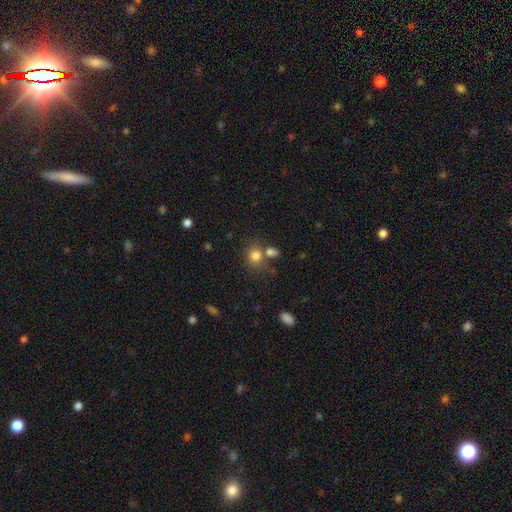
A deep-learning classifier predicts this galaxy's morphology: This appears to be a smooth galaxy with no disk features (80%) that is round (71%). Merging: none (59%).